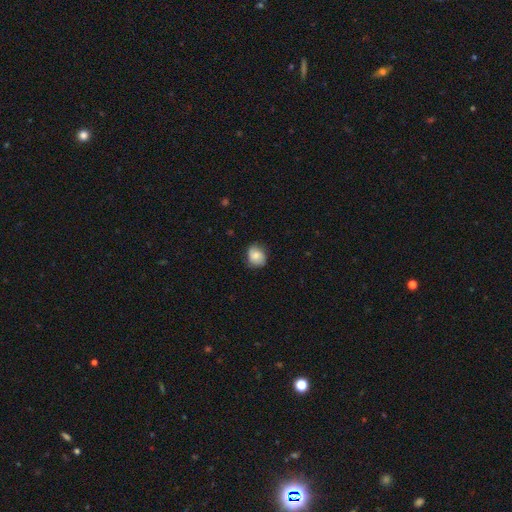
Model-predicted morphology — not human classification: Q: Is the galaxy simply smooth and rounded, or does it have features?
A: smooth — 72%.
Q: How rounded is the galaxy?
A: round — 67%.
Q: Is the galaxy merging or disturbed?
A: none — 73%.